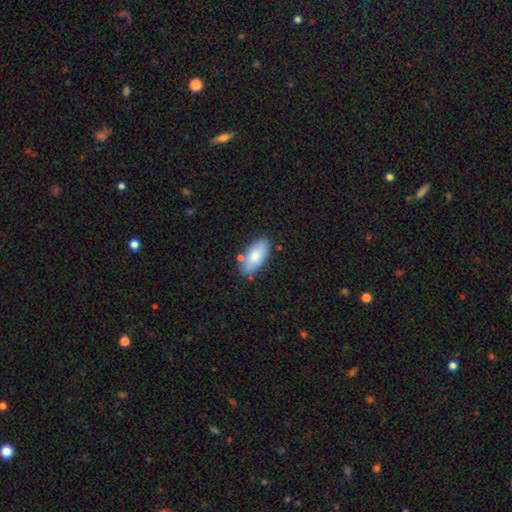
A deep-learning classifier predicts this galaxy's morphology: A smooth galaxy with no disk features (76%) that is in between round and cigar-shaped (90%).

Vote fractions:
- Smooth or featured? smooth: 76% / featured or disk: 18% / star or artifact: 6%
- How rounded? in between: 90% / cigar-shaped: 8% / round: 2%
- Merging? none: 77% / minor disturbance: 15% / merger: 6% / major disturbance: 3%